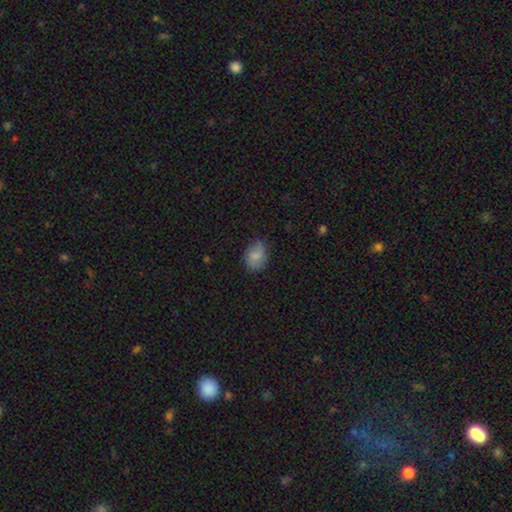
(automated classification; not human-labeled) The model was most divided on "how rounded": in between: 68%, round: 31%, cigar-shaped: 1%. More confident: smooth or featured — smooth (79%); merging — none (72%).